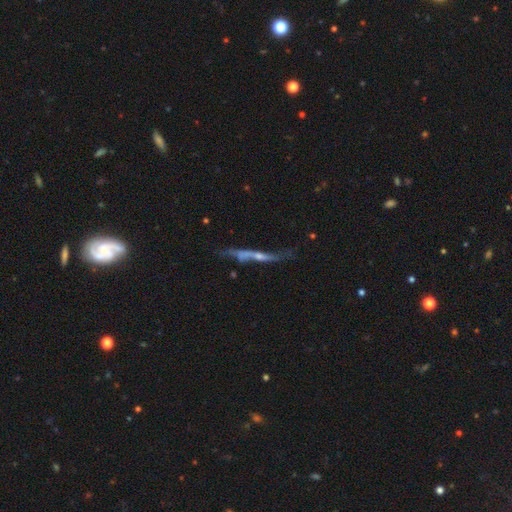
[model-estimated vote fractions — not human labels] Morphology: type=featured or disk (69%); edge-on=yes (77%); edge-on bulge=rounded (50%); merging=none (55%).